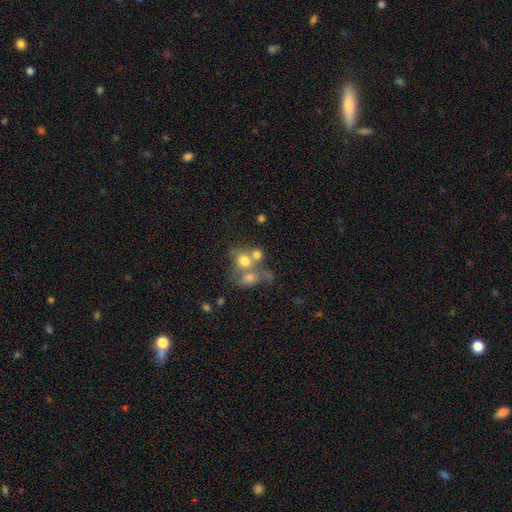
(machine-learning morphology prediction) Smooth or featured?
  - smooth: 60% *
  - featured or disk: 24%
  - star or artifact: 16%
How rounded?
  - round: 67% *
  - in between: 32%
  - cigar-shaped: 2%
Merging?
  - merger: 52% *
  - none: 31%
  - minor disturbance: 9%
  - major disturbance: 8%